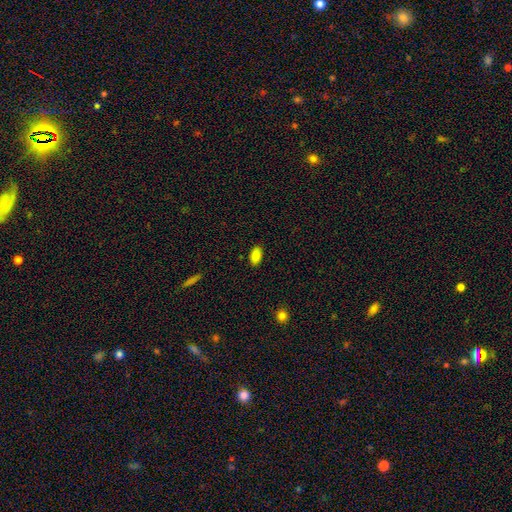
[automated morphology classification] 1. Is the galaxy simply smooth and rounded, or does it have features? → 88% smooth, 9% star or artifact, 4% featured or disk.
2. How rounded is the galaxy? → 92% in between, 4% cigar-shaped, 3% round.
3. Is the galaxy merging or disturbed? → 87% none, 9% minor disturbance, 2% major disturbance, 1% merger.